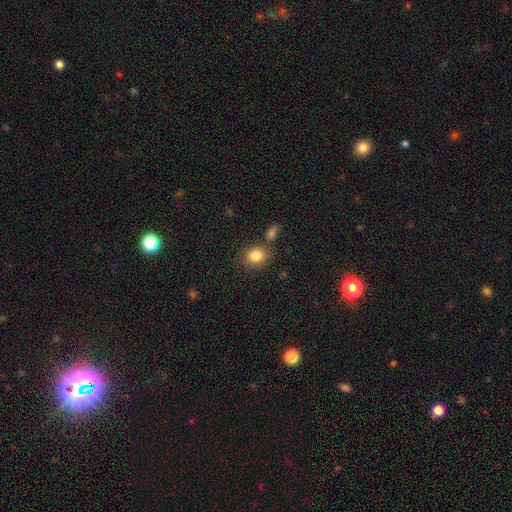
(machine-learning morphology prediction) A smooth galaxy with no disk features (84%) that is round (59%).

Vote fractions:
- Smooth or featured? smooth: 84% / star or artifact: 10% / featured or disk: 7%
- How rounded? round: 59% / in between: 40% / cigar-shaped: 1%
- Merging? none: 69% / merger: 15% / minor disturbance: 12% / major disturbance: 4%